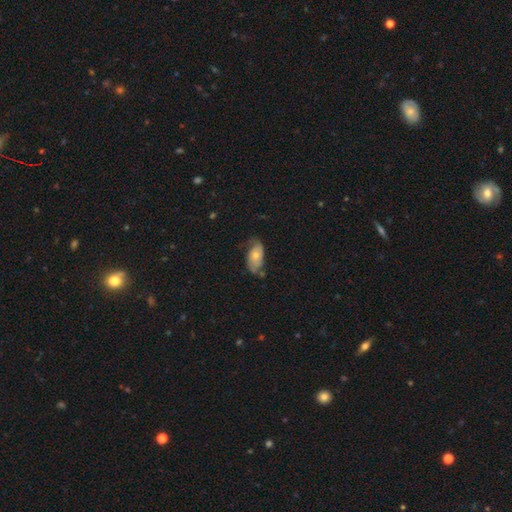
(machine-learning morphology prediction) Smooth or featured?
  - featured or disk: 56% *
  - smooth: 37%
  - star or artifact: 7%
Edge-on disk?
  - no: 94% *
  - yes: 6%
Bar?
  - no: 78% *
  - weak: 18%
  - strong: 4%
Spiral arms?
  - yes: 82% *
  - no: 18%
Bulge size?
  - moderate: 47% *
  - small: 46%
  - large: 4%
  - none: 2%
  - dominant: 1%
Merging?
  - none: 55% *
  - minor disturbance: 28%
  - major disturbance: 13%
  - merger: 4%